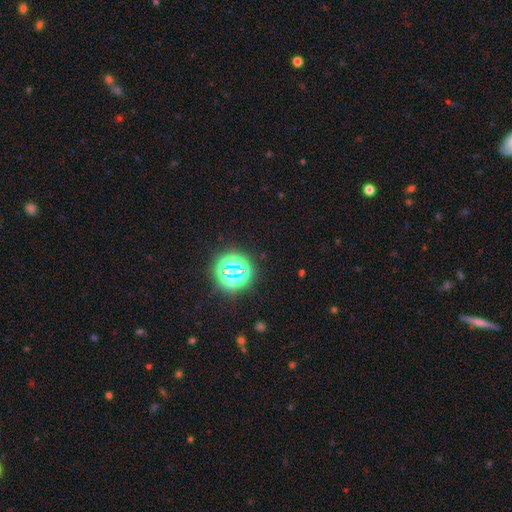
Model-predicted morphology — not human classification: type=star or artifact (74%).